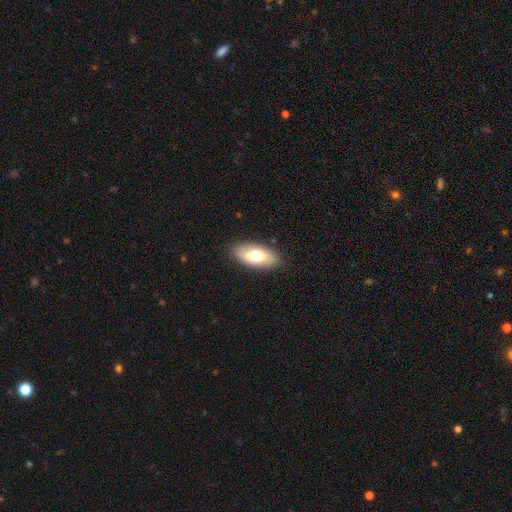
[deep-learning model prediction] Q: Smooth or featured?
A: smooth (71%); runner-up: featured or disk (23%)
Q: How rounded?
A: in between (90%); runner-up: cigar-shaped (8%)
Q: Merging?
A: none (87%); runner-up: minor disturbance (9%)